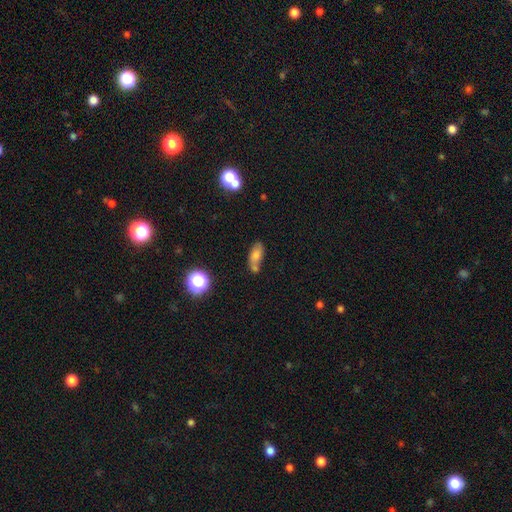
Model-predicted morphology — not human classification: This is likely a smooth galaxy (69%). How rounded: likely in between (79%). Merging: possibly none (46%).